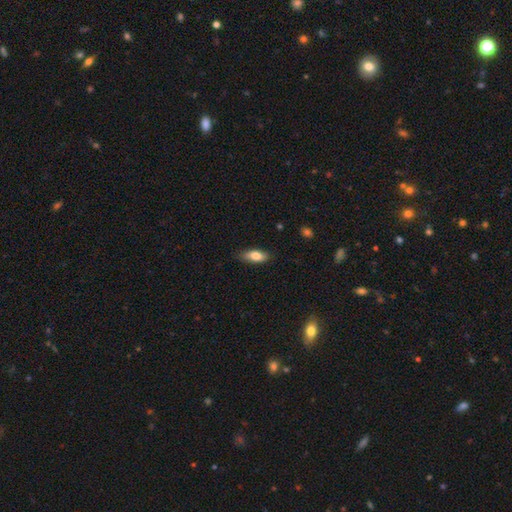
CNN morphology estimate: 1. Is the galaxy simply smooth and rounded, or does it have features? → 80% smooth, 13% featured or disk, 7% star or artifact.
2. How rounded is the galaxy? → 78% in between, 19% cigar-shaped, 3% round.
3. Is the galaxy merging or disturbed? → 78% none, 18% minor disturbance, 3% major disturbance, 1% merger.